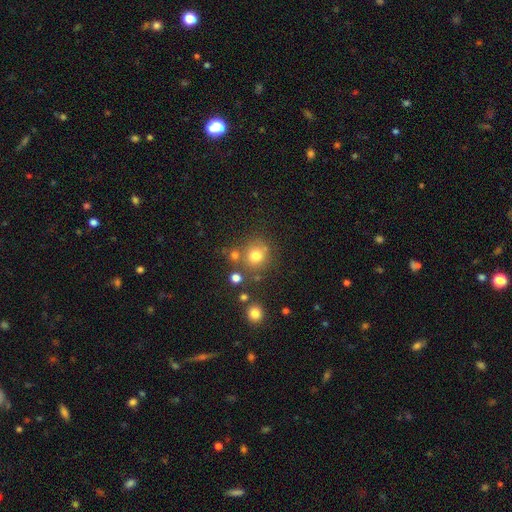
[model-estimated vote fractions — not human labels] A smooth galaxy with no disk features (75%) that is round (89%).

Vote fractions:
- Smooth or featured? smooth: 75% / star or artifact: 16% / featured or disk: 10%
- How rounded? round: 89% / in between: 10% / cigar-shaped: 1%
- Merging? none: 73% / merger: 12% / minor disturbance: 11% / major disturbance: 5%